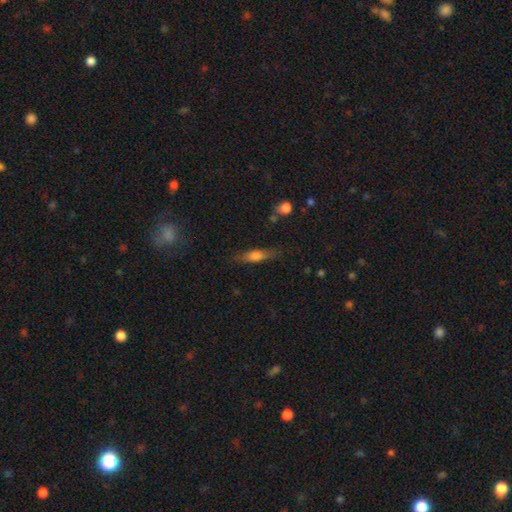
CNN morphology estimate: This appears to be a smooth galaxy with no disk features (62%) that is cigar-shaped (65%). Merging: none (79%).